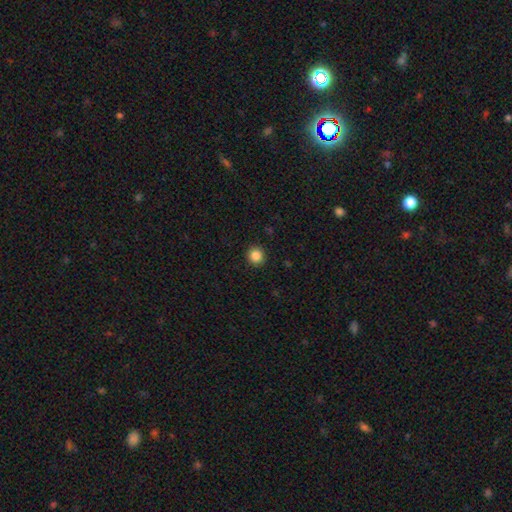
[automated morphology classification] The model was most divided on "smooth or featured": smooth: 86%, star or artifact: 10%, featured or disk: 4%. More confident: how rounded — round (93%); merging — none (92%).